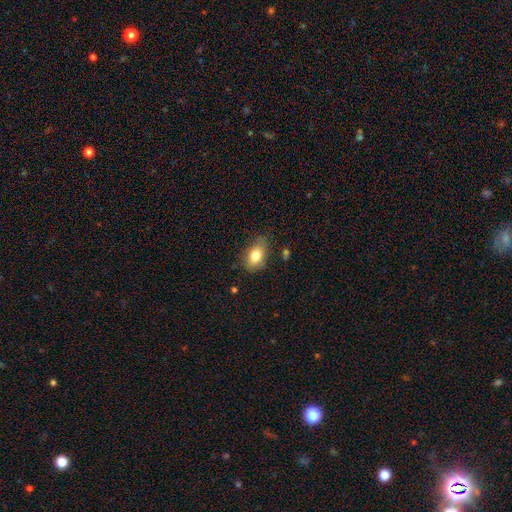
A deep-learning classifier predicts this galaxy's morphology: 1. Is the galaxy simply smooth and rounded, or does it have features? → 79% smooth, 13% featured or disk, 8% star or artifact.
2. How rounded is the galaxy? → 86% in between, 11% round, 3% cigar-shaped.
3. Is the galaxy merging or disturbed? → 69% none, 24% minor disturbance, 5% major disturbance, 2% merger.